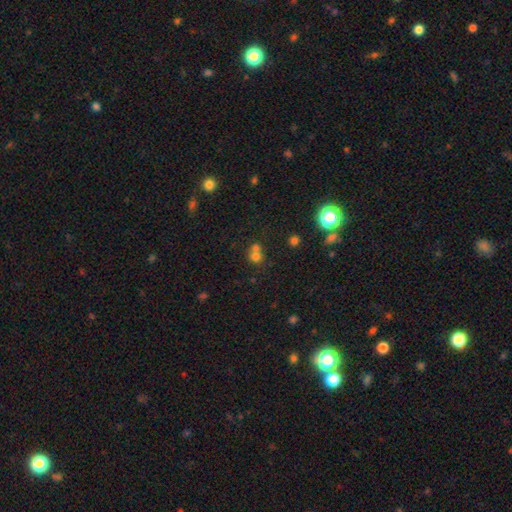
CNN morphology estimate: Overall: smooth (68%). How rounded: round (84%). Merging: merger (52%; none 40%).